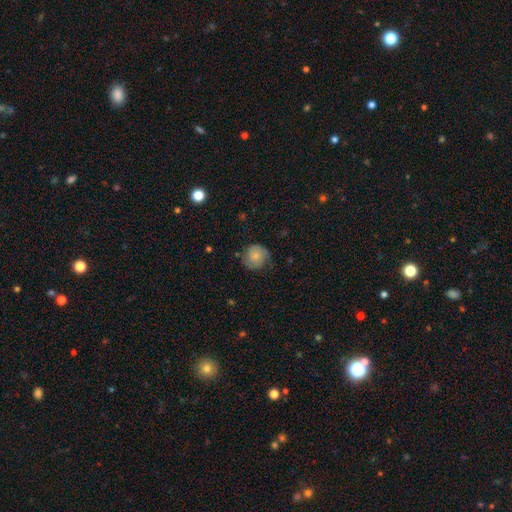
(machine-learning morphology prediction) This is likely a smooth galaxy (62%). How rounded: clearly round (89%). Merging: likely none (66%).